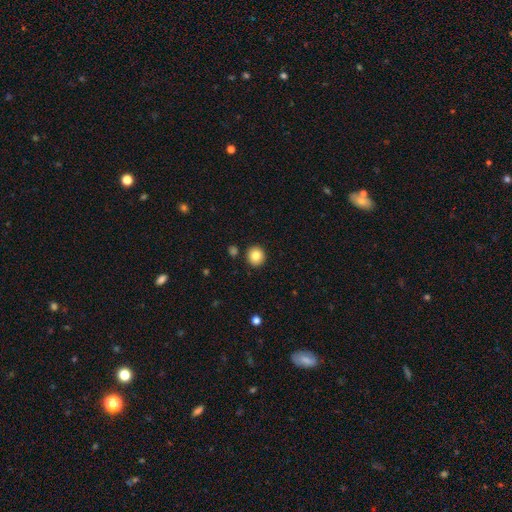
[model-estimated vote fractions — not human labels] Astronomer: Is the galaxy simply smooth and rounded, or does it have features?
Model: smooth — 84%.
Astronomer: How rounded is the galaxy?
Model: round — 92%.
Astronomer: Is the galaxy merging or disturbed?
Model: none — 91%.